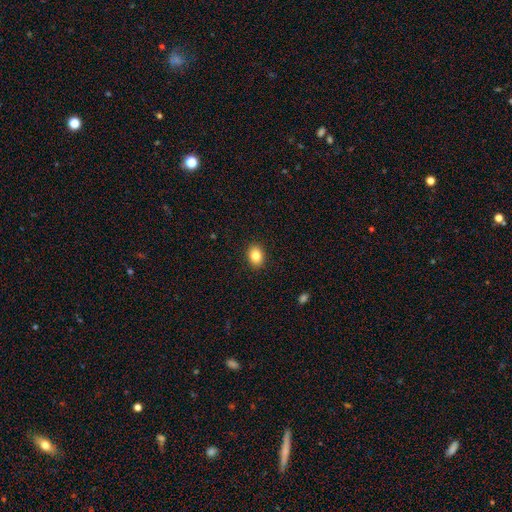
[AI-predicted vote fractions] smooth-or-featured: smooth: 84% | star or artifact: 9% | featured or disk: 7%
  how-rounded: in between: 64% | round: 36% | cigar-shaped: 1%
  merging: none: 91% | minor disturbance: 7% | major disturbance: 2% | merger: 1%